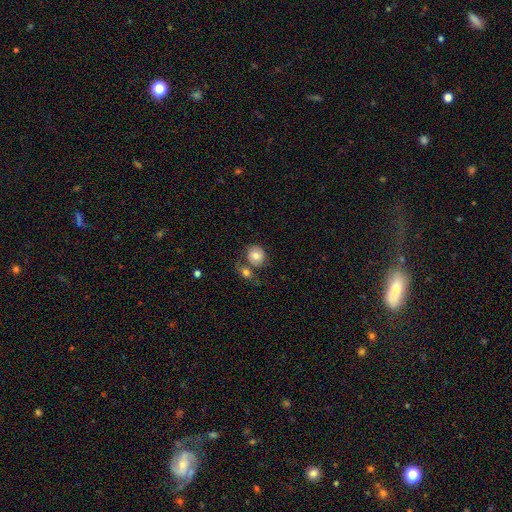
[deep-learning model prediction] Smooth or featured: smooth — 79% (featured or disk — 14%)
How rounded: round — 82% (in between — 17%)
Merging: none — 55% (merger — 28%)